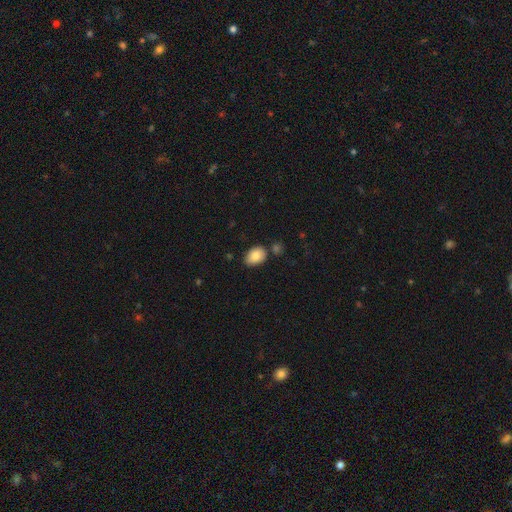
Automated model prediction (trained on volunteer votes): Overall: smooth (84%). How rounded: in between (85%). Merging: none (75%).